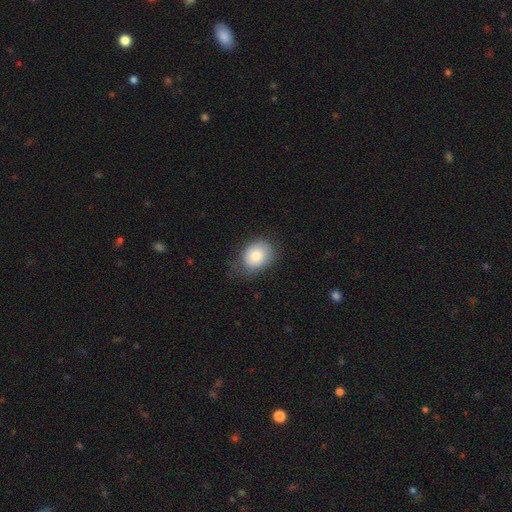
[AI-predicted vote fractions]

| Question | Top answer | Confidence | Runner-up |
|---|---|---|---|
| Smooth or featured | smooth | 82% | featured or disk (11%) |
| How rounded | in between | 54% | round (45%) |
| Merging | none | 68% | minor disturbance (24%) |